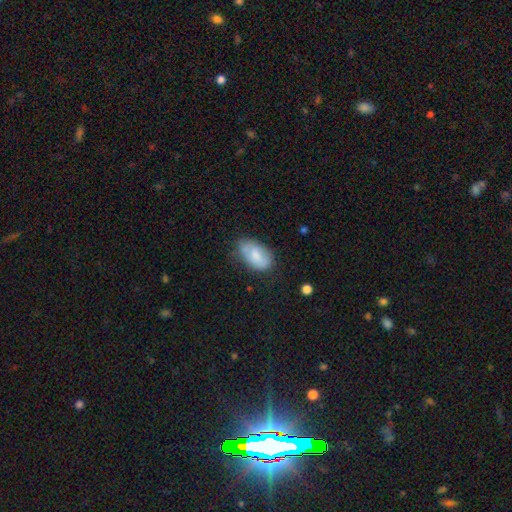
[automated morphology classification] smooth 75%, featured or disk 18%, star or artifact 7%. Down the decision tree: how rounded — in between (93%); merging — none (57%).